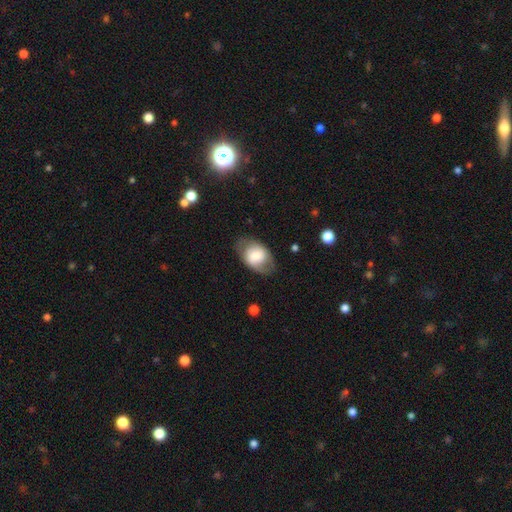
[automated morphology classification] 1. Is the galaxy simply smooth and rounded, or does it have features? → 57% smooth, 36% featured or disk, 7% star or artifact.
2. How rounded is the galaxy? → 79% in between, 20% round, 1% cigar-shaped.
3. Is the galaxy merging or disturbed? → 74% none, 17% minor disturbance, 8% major disturbance, 1% merger.